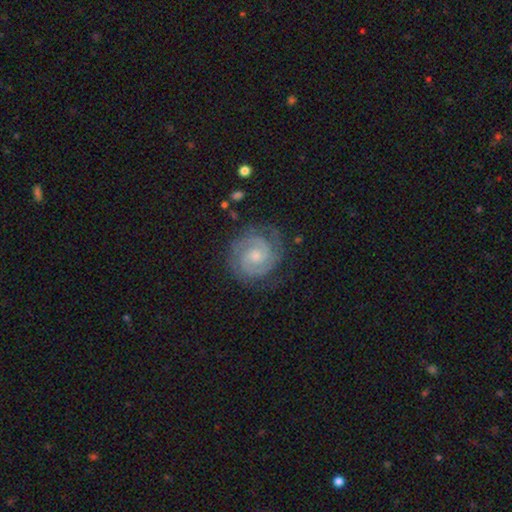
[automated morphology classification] smooth_or_featured: featured or disk (p=0.89) [alt: smooth p=0.06]
disk_edge_on: no (p=0.98) [alt: yes p=0.02]
bar: no (p=0.60) [alt: weak p=0.34]
has_spiral_arms: yes (p=0.98) [alt: no p=0.02]
spiral_winding: tight (p=0.69) [alt: medium p=0.28]
spiral_arm_count: 2 (p=0.85) [alt: 3 p=0.07]
bulge_size: small (p=0.53) [alt: moderate p=0.38]
merging: none (p=0.80) [alt: minor disturbance p=0.14]